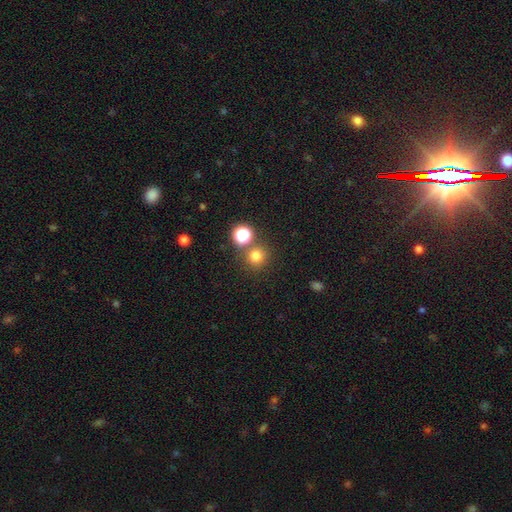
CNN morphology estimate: Q: Smooth or featured?
A: smooth (75%); runner-up: star or artifact (19%)
Q: How rounded?
A: round (93%); runner-up: in between (6%)
Q: Merging?
A: none (77%); runner-up: merger (13%)